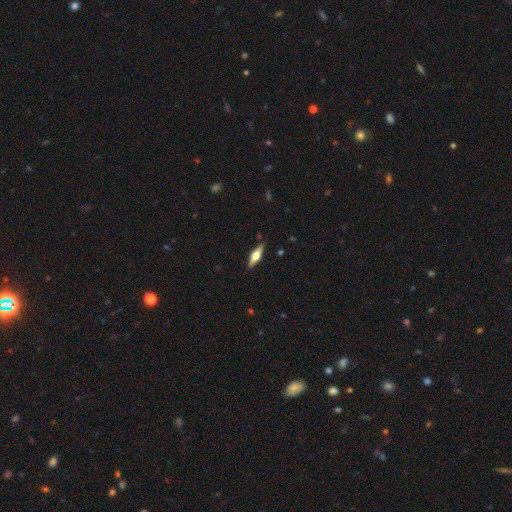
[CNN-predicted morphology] Smooth or featured: featured or disk — 60% (smooth — 34%)
Edge-on disk: yes — 95% (no — 5%)
Edge-on bulge: rounded — 93% (boxy — 5%)
Merging: none — 89% (minor disturbance — 8%)